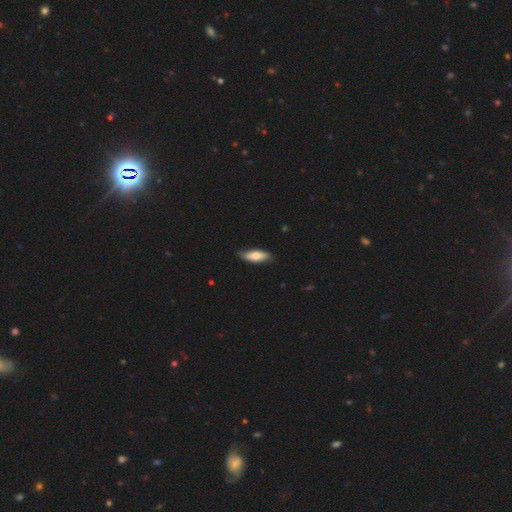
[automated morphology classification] Smooth or featured? Predicted: smooth (p=0.75). How rounded? Predicted: in between (p=0.63). Merging? Predicted: none (p=0.79).